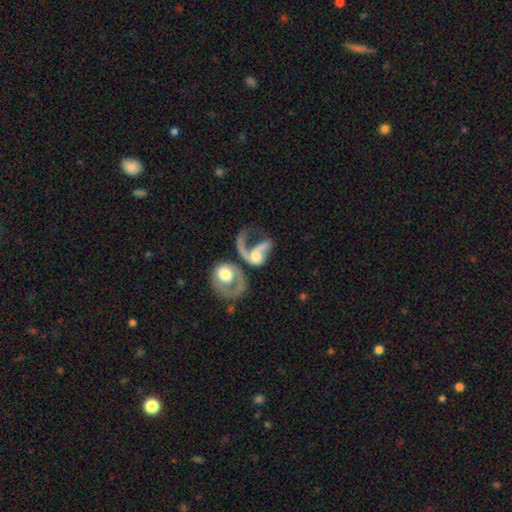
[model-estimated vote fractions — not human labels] Smooth or featured: featured or disk — 66% (smooth — 26%)
Edge-on disk: no — 96% (yes — 4%)
Bar: no — 71% (weak — 21%)
Spiral arms: yes — 65% (no — 35%)
Bulge size: moderate — 47% (small — 21%)
Merging: merger — 44% (major disturbance — 36%)